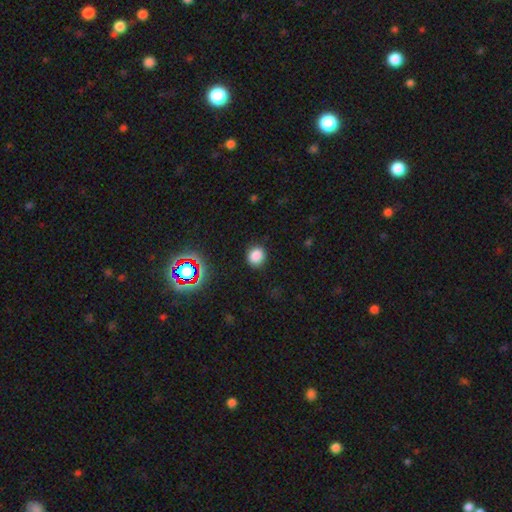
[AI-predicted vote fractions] Overall: smooth (82%). How rounded: round (79%). Merging: none (88%).